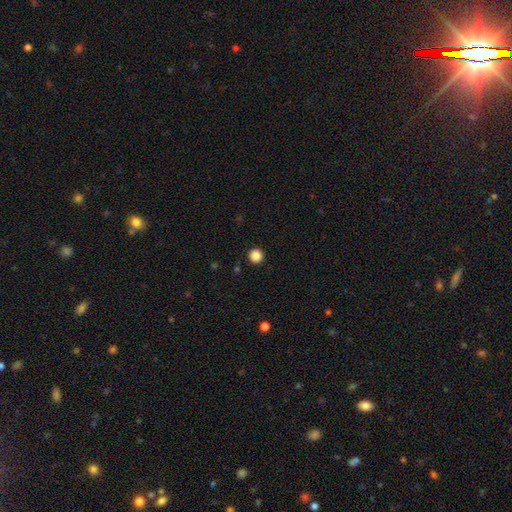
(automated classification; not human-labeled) smooth 86%, star or artifact 11%, featured or disk 3%. Down the decision tree: how rounded — round (96%); merging — none (93%).